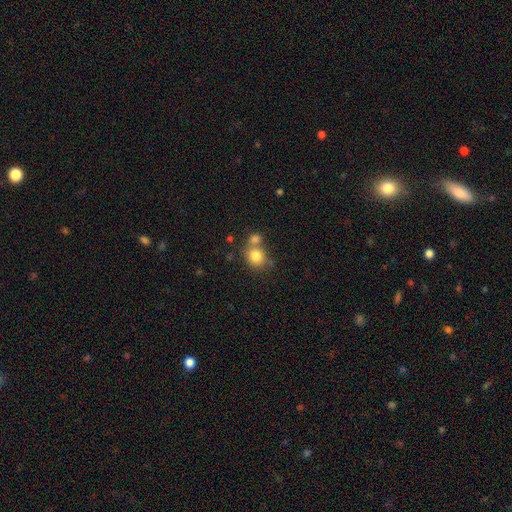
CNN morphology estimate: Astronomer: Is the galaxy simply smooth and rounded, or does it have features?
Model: smooth — 81%.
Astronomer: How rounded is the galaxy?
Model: round — 73%.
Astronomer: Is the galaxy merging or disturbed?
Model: none — 49% (runner-up: merger, 37%).